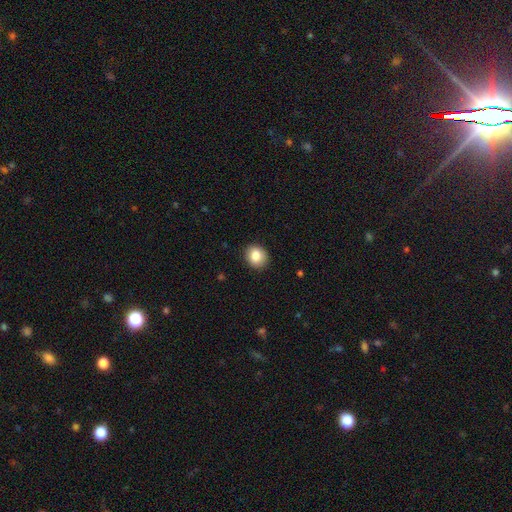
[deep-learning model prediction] A smooth galaxy with no disk features (85%) that is round (75%).

Vote fractions:
- Smooth or featured? smooth: 85% / star or artifact: 9% / featured or disk: 6%
- How rounded? round: 75% / in between: 24% / cigar-shaped: 1%
- Merging? none: 90% / minor disturbance: 8% / major disturbance: 2% / merger: 1%